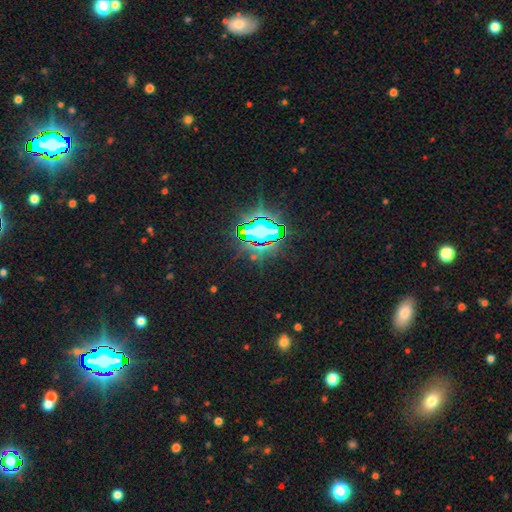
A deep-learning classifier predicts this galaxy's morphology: type=star or artifact (79%).